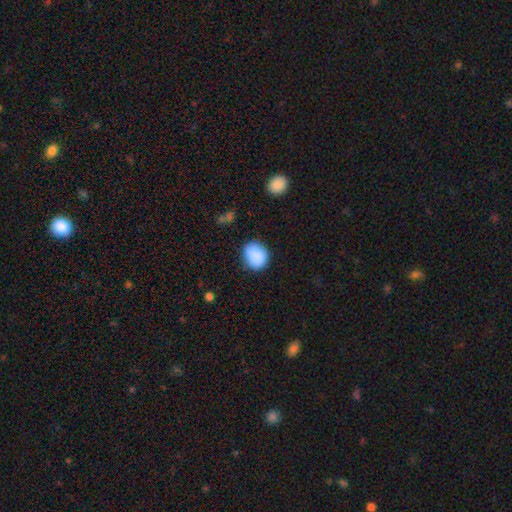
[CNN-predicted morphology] Smooth or featured? Predicted: smooth (p=0.88). How rounded? Predicted: round (p=0.72). Merging? Predicted: none (p=0.79).